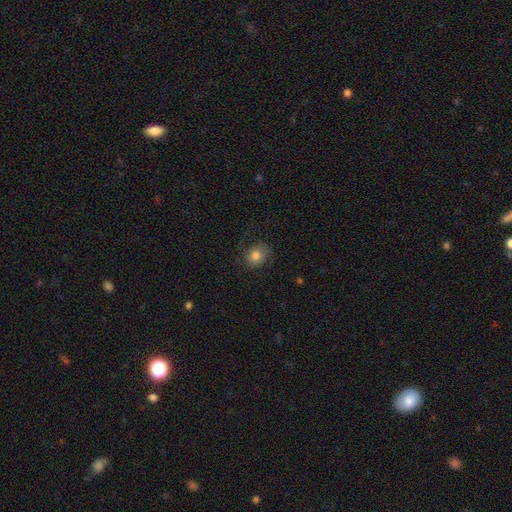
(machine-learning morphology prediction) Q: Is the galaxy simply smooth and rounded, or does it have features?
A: smooth — 75%.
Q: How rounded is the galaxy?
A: round — 65%.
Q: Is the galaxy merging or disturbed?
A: none — 70%.